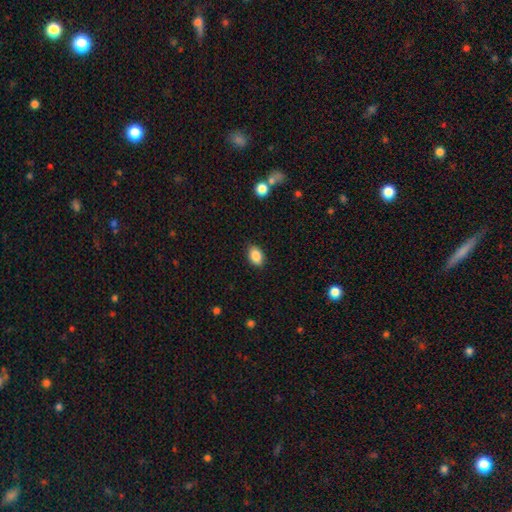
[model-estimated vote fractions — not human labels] smooth_or_featured: smooth (p=0.88) [alt: star or artifact p=0.08]
how_rounded: in between (p=0.83) [alt: round p=0.16]
merging: none (p=0.86) [alt: minor disturbance p=0.10]